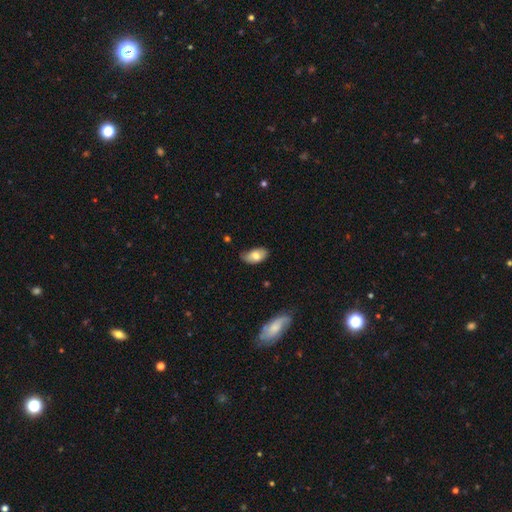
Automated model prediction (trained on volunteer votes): smooth-or-featured: smooth: 75% | featured or disk: 18% | star or artifact: 7%
  how-rounded: in between: 94% | round: 4% | cigar-shaped: 2%
  merging: none: 61% | minor disturbance: 32% | major disturbance: 5% | merger: 2%